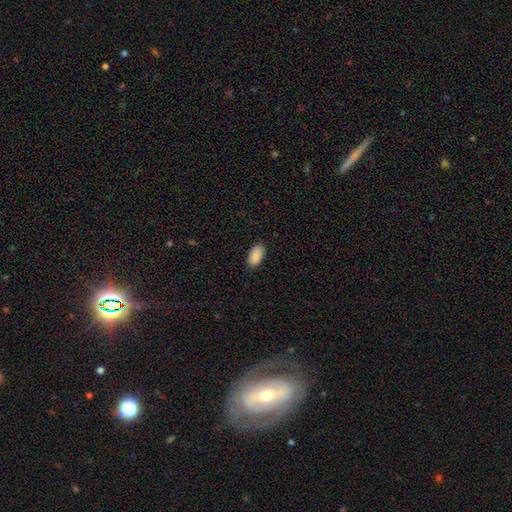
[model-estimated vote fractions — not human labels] A smooth galaxy with no disk features (90%) that is in between round and cigar-shaped (94%).

Vote fractions:
- Smooth or featured? smooth: 90% / star or artifact: 7% / featured or disk: 3%
- How rounded? in between: 94% / cigar-shaped: 3% / round: 3%
- Merging? none: 86% / minor disturbance: 11% / major disturbance: 2% / merger: 1%